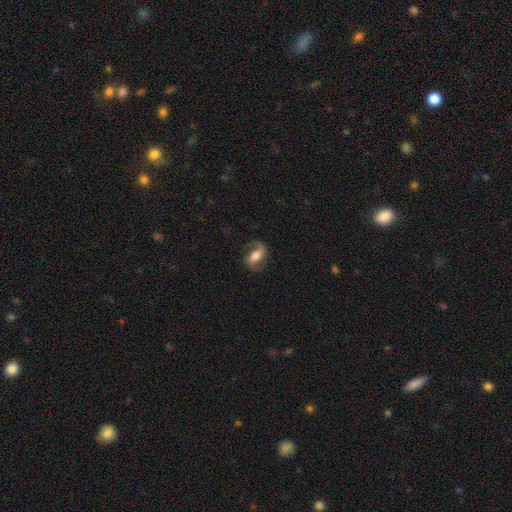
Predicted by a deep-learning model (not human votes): This is likely a featured or disk galaxy (69%). It is clearly not viewed edge-on (95%). Bar: marginally weak (37%). Spiral arm pattern: clearly yes (92%). Spiral arm count: clearly 2 (83%). Spiral winding: possibly loose (48%). Central bulge: possibly moderate (58%). Merging: likely none (71%).